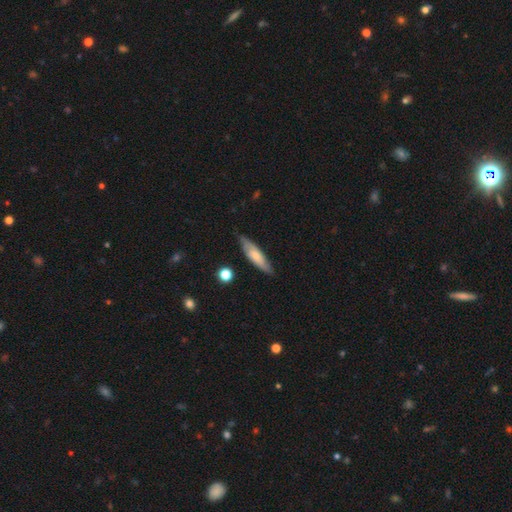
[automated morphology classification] smooth-or-featured: smooth: 58% | featured or disk: 36% | star or artifact: 6%
  how-rounded: cigar-shaped: 63% | in between: 35% | round: 2%
  merging: none: 80% | minor disturbance: 16% | major disturbance: 3% | merger: 2%